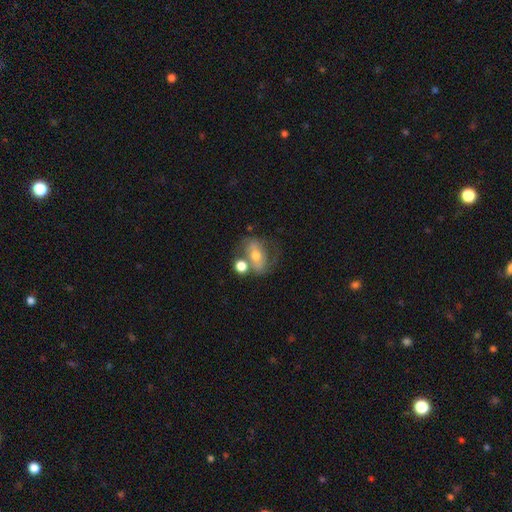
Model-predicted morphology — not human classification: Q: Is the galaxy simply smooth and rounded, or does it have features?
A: featured or disk — 48%.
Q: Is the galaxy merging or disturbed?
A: none — 42%.